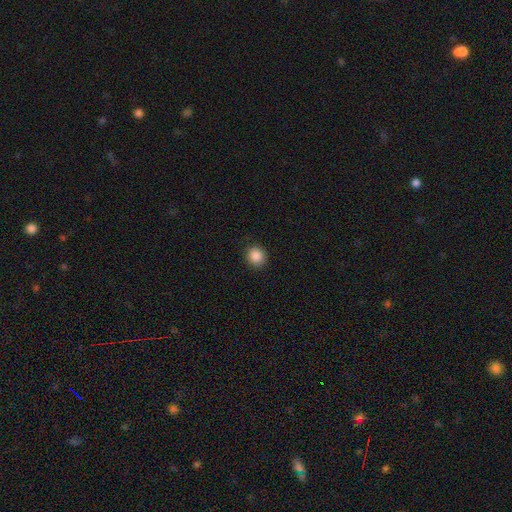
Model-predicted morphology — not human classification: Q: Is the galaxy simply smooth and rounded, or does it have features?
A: smooth — 87%.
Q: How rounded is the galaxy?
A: round — 86%.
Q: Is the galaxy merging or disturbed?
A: none — 90%.